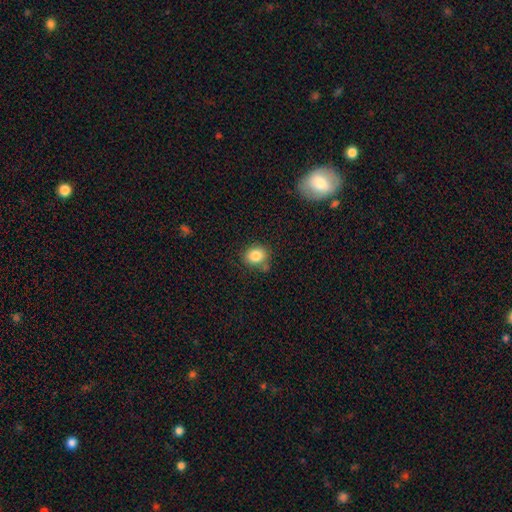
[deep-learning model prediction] Smooth or featured? Predicted: smooth (p=0.84). How rounded? Predicted: round (p=0.65). Merging? Predicted: none (p=0.71).